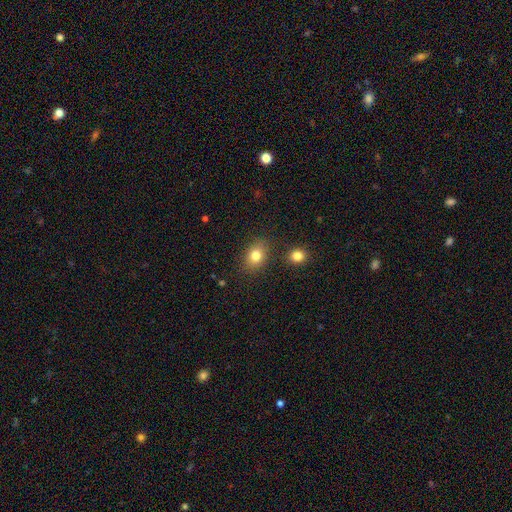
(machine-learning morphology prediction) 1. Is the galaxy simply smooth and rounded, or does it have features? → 81% smooth, 10% star or artifact, 9% featured or disk.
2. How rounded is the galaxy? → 70% in between, 29% round, 1% cigar-shaped.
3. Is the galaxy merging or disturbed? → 82% none, 11% minor disturbance, 5% merger, 3% major disturbance.